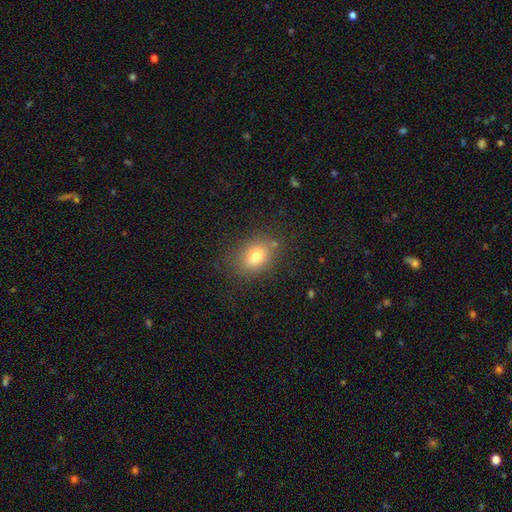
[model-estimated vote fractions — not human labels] This is likely a smooth galaxy (75%). How rounded: likely in between (65%). Merging: likely none (77%).